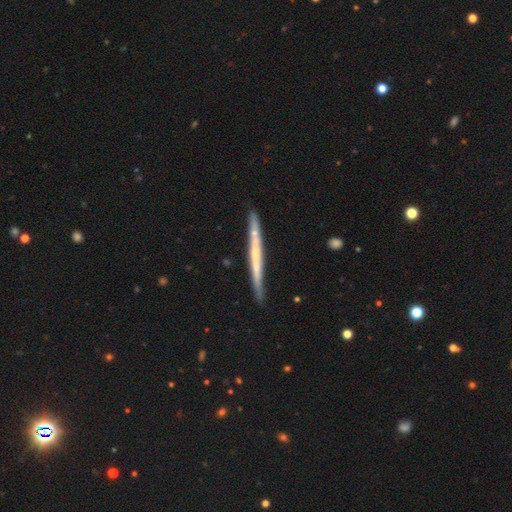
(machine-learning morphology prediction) smooth_or_featured: featured or disk (p=0.60) [alt: smooth p=0.34]
disk_edge_on: yes (p=0.96) [alt: no p=0.04]
edge_on_bulge: none (p=0.81) [alt: rounded p=0.13]
merging: none (p=0.85) [alt: minor disturbance p=0.11]